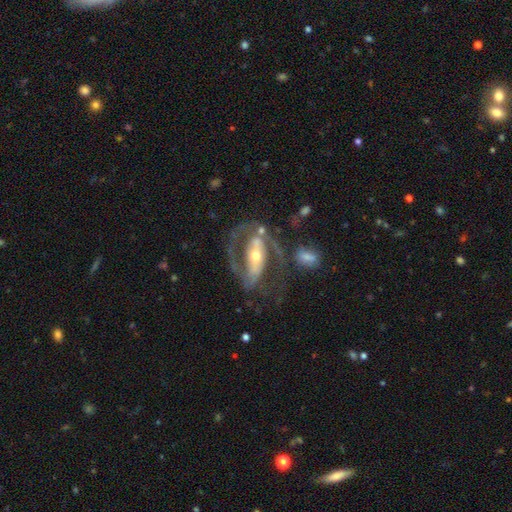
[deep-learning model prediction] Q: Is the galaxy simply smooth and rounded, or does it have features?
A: featured or disk — 84%.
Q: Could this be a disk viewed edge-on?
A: no — 92%.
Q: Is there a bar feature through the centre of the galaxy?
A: strong — 53%.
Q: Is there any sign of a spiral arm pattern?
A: yes — 79%.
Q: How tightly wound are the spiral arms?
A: medium — 46%.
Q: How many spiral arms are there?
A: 2 — 77%.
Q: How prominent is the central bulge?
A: moderate — 56%.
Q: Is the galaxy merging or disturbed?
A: none — 51%.